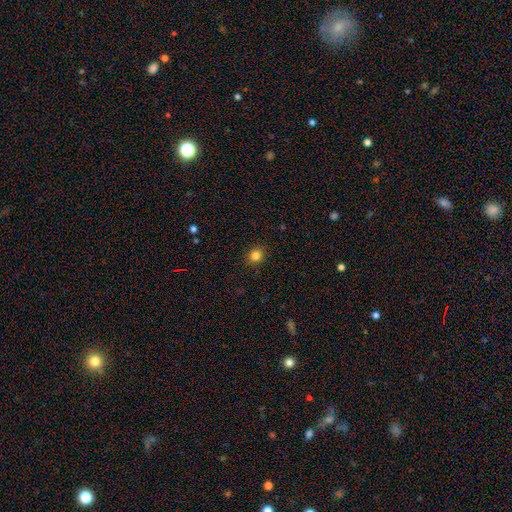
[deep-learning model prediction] A smooth galaxy with no disk features (83%) that is round (83%). Merging: none (90%).